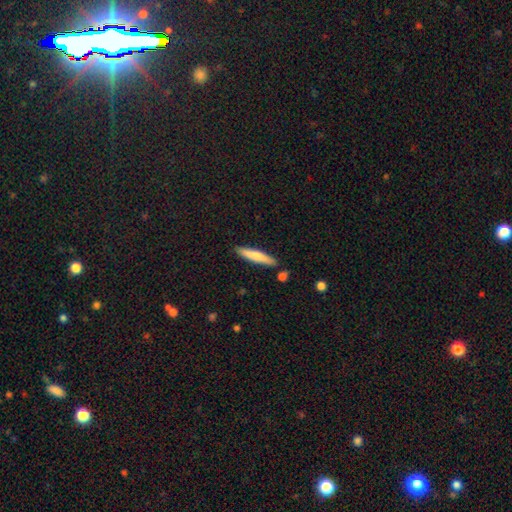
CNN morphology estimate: A smooth galaxy with no disk features (73%) that is cigar-shaped (89%). Merging: none (86%).